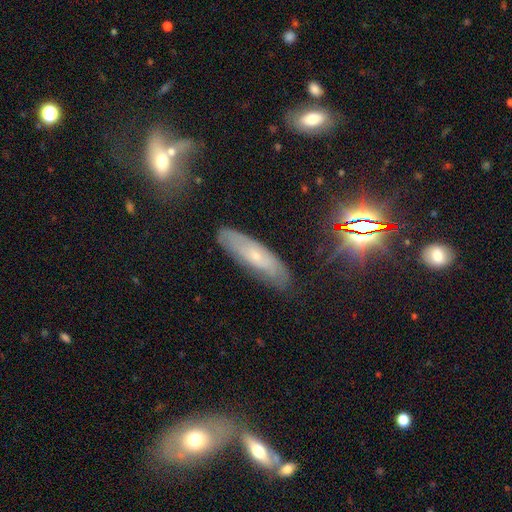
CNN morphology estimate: smooth-or-featured: featured or disk: 51% | smooth: 35% | star or artifact: 15%
  disk-edge-on: no: 65% | yes: 35%
  merging: none: 77% | minor disturbance: 17% | major disturbance: 4% | merger: 2%